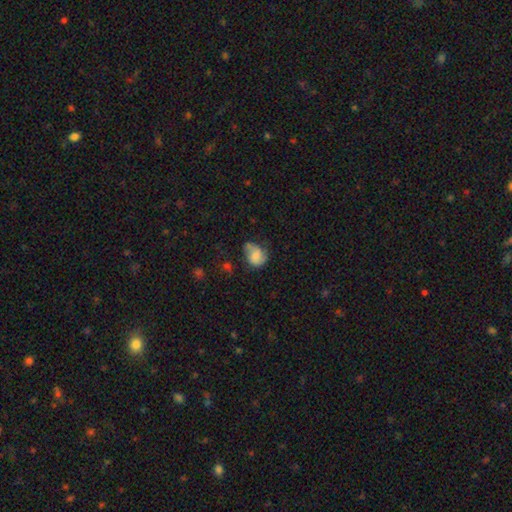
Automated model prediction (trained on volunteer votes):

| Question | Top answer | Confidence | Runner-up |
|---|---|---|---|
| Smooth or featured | smooth | 53% | featured or disk (38%) |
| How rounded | round | 51% | in between (48%) |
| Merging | none | 44% | minor disturbance (33%) |